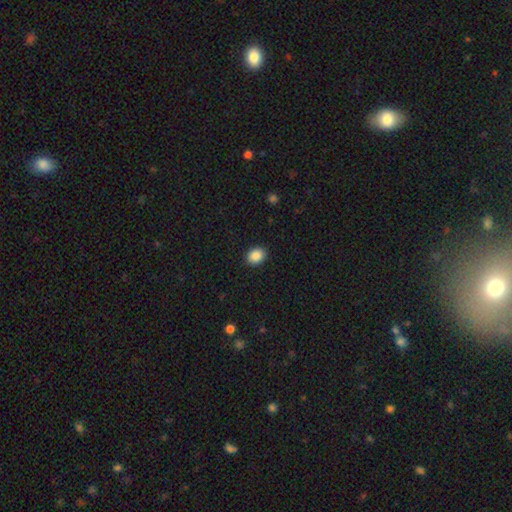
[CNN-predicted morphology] This appears to be a smooth galaxy with no disk features (87%) that is in between round and cigar-shaped (52%). Merging: none (91%).